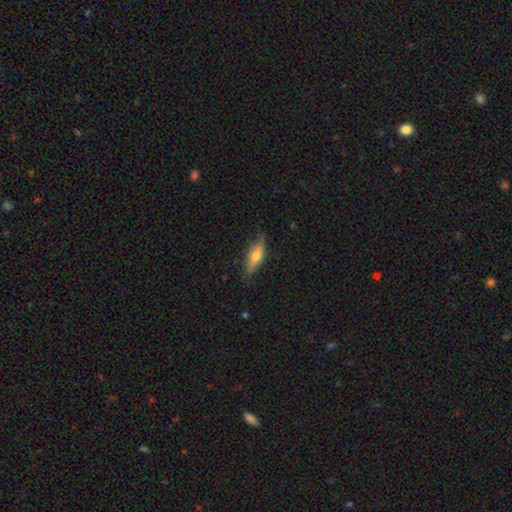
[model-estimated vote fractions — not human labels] smooth-or-featured: smooth: 54% | featured or disk: 40% | star or artifact: 6%
  how-rounded: in between: 54% | cigar-shaped: 43% | round: 3%
  merging: none: 77% | minor disturbance: 19% | major disturbance: 3% | merger: 1%